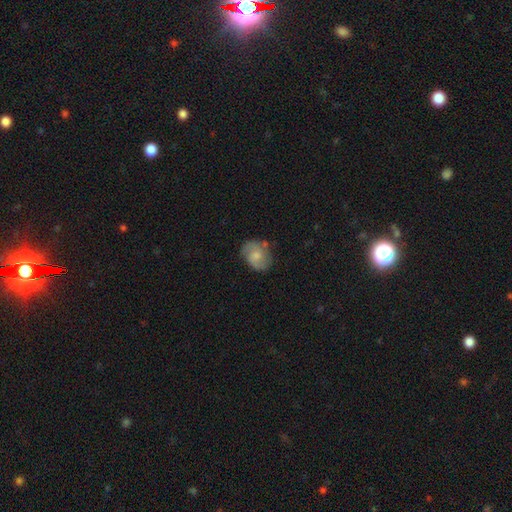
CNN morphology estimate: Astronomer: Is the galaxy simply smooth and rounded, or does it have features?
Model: smooth — 47% (runner-up: featured or disk, 45%).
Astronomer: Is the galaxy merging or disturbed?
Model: none — 65%.